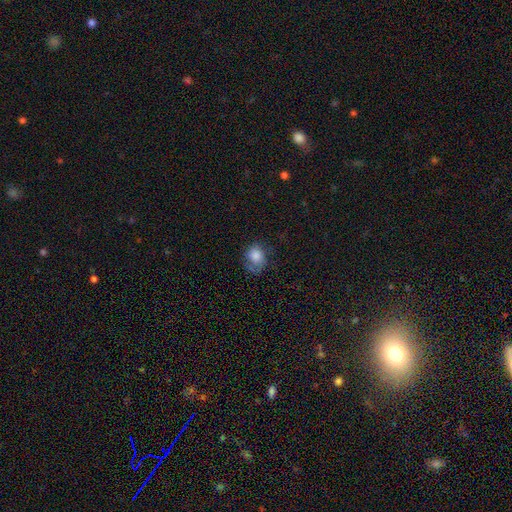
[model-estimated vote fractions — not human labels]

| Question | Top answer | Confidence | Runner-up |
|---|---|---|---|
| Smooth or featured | smooth | 75% | featured or disk (16%) |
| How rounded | round | 51% | in between (48%) |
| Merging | none | 49% | minor disturbance (28%) |